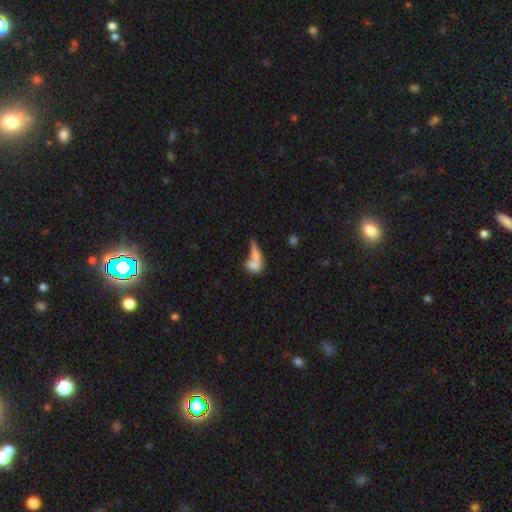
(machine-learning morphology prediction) smooth 67%, featured or disk 24%, star or artifact 10%. Down the decision tree: how rounded — in between (53%); merging — merger (59%).